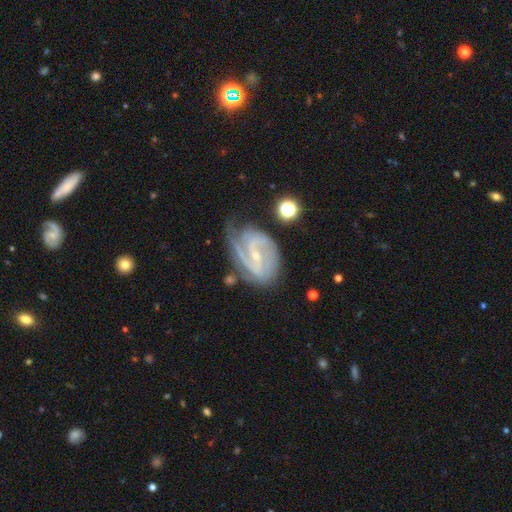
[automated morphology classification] This appears to be a featured or disk galaxy (88%) with a weak bar (47%), 2 (57%) tight (46%) spiral arms (96%) and a small central bulge (77%). Merging: none (56%).